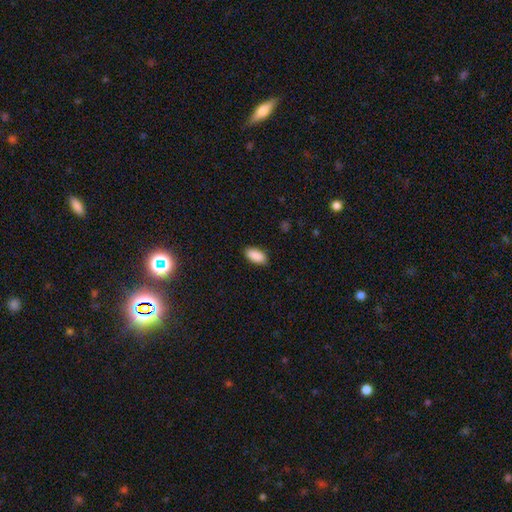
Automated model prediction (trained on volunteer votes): Overall: smooth (90%). How rounded: in between (93%). Merging: none (87%).